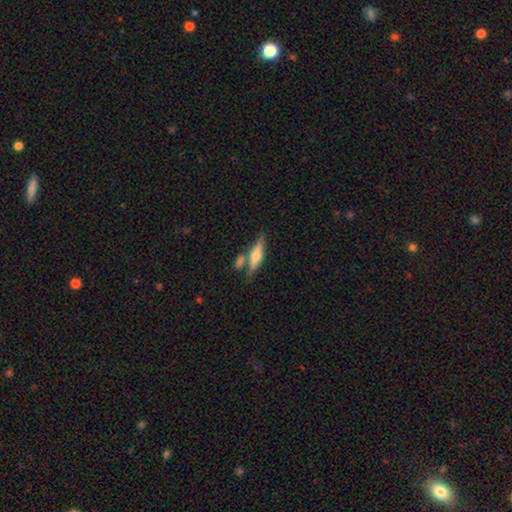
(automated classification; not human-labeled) Smooth or featured? featured or disk (57%)
Edge-on disk? yes (95%)
Edge-on bulge? rounded (86%)
Merging? none (67%)